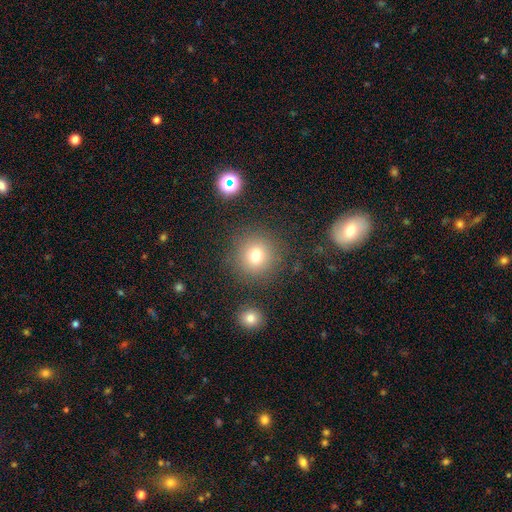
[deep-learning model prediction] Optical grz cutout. It shows a smooth galaxy with no disk features (77%) that is round (93%). Merging: none (85%).